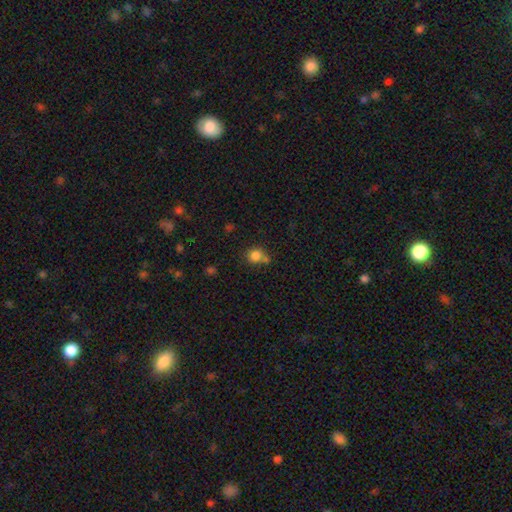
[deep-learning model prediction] This appears to be a smooth galaxy with no disk features (81%) that is round (82%). Merging: none (56%).